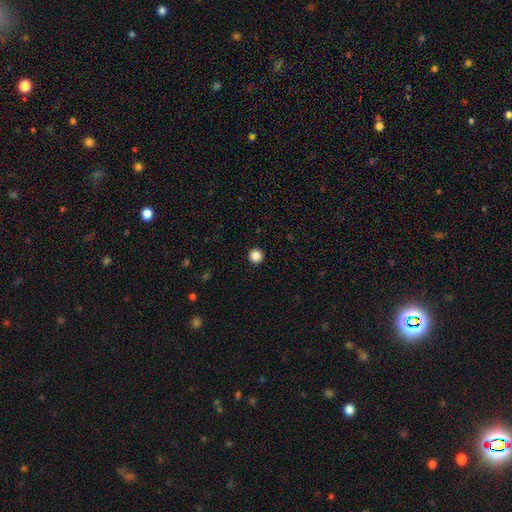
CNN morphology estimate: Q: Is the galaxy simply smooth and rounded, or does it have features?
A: smooth — 85%.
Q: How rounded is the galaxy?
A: round — 96%.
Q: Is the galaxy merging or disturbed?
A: none — 94%.